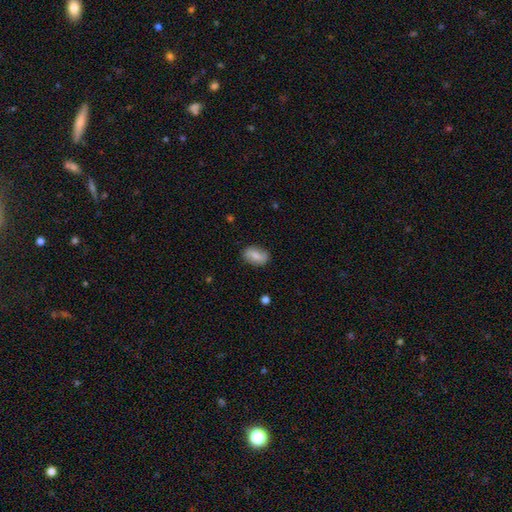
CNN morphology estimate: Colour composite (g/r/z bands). It shows a smooth galaxy with no disk features (68%) that is in between round and cigar-shaped (87%). Merging: none (81%).